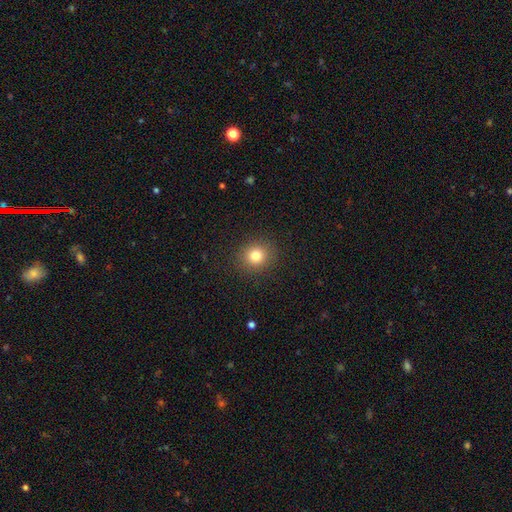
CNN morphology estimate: A smooth galaxy with no disk features (81%) that is round (85%).

Vote fractions:
- Smooth or featured? smooth: 81% / star or artifact: 12% / featured or disk: 7%
- How rounded? round: 85% / in between: 14% / cigar-shaped: 1%
- Merging? none: 89% / minor disturbance: 7% / major disturbance: 3% / merger: 1%